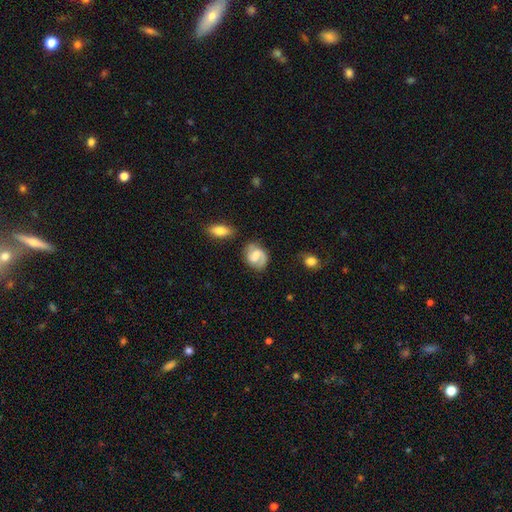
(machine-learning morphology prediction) The model was most divided on "bulge size": moderate: 39%, small: 29%, none: 19%, large: 10%, dominant: 2%. Remaining: edge-on disk — no (97%); spiral arms — yes (91%); spiral arm count — 2 (83%); merging — none (70%); smooth or featured — featured or disk (65%); bar — weak (53%); spiral winding — medium (48%).